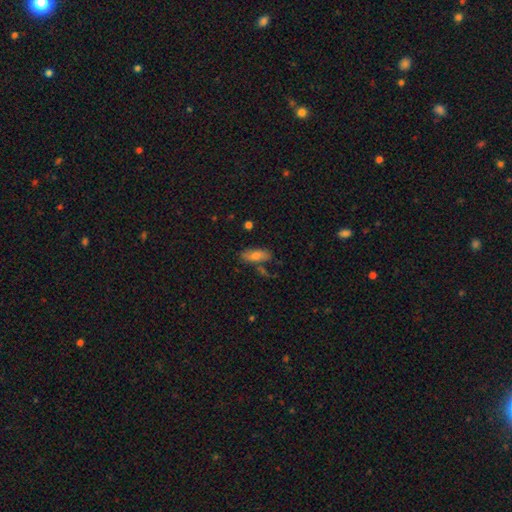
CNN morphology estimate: Smooth or featured? smooth (69%)
How rounded? in between (76%)
Merging? none (63%)